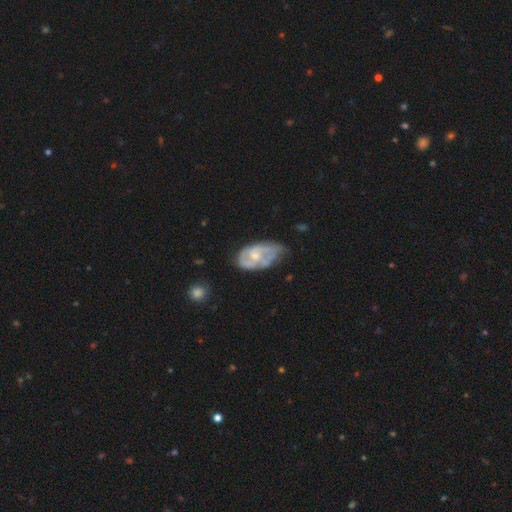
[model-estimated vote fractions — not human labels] smooth_or_featured: featured or disk (p=0.69) [alt: smooth p=0.25]
disk_edge_on: no (p=0.96) [alt: yes p=0.04]
bar: no (p=0.65) [alt: weak p=0.30]
has_spiral_arms: yes (p=0.75) [alt: no p=0.25]
bulge_size: small (p=0.48) [alt: moderate p=0.46]
merging: minor disturbance (p=0.39) [alt: none p=0.38]